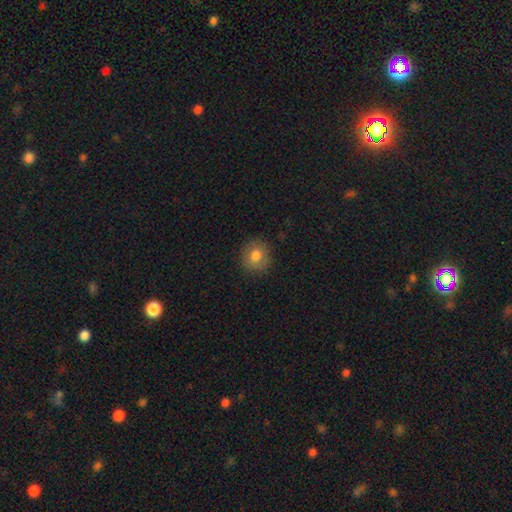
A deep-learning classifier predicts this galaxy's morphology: Smooth or featured: smooth — 78% (featured or disk — 13%)
How rounded: round — 82% (in between — 17%)
Merging: none — 85% (minor disturbance — 11%)